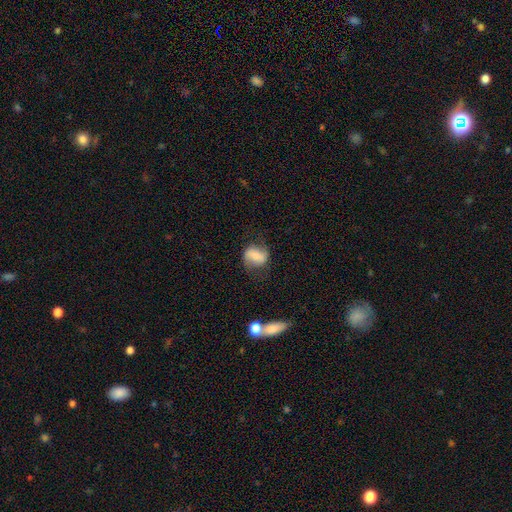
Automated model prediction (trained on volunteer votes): smooth 50%, featured or disk 41%, star or artifact 9%. Down the decision tree: how rounded — in between (55%); merging — none (63%).